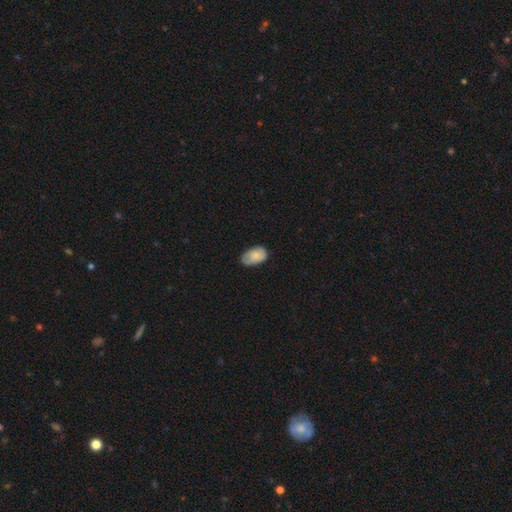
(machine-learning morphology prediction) The model was most divided on "merging": none: 63%, minor disturbance: 30%, major disturbance: 6%, merger: 1%. More confident: how rounded — in between (92%); smooth or featured — smooth (77%).